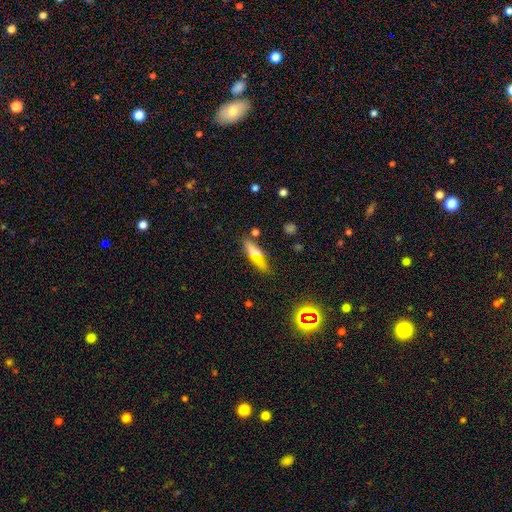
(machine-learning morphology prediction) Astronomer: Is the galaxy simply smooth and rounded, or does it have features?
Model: smooth — 57%.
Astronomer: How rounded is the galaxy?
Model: cigar-shaped — 65%.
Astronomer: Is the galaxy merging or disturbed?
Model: none — 78%.